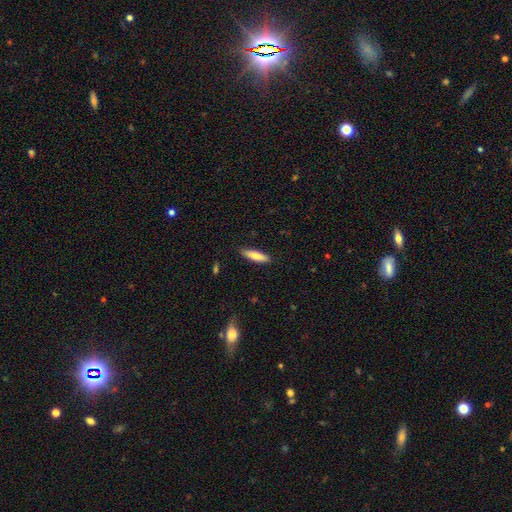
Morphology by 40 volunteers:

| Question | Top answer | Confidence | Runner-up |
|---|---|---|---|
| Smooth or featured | smooth | 65% | featured or disk (32%) |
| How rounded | cigar-shaped | 65% | in between (35%) |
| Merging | none | 87% | minor disturbance (10%) |